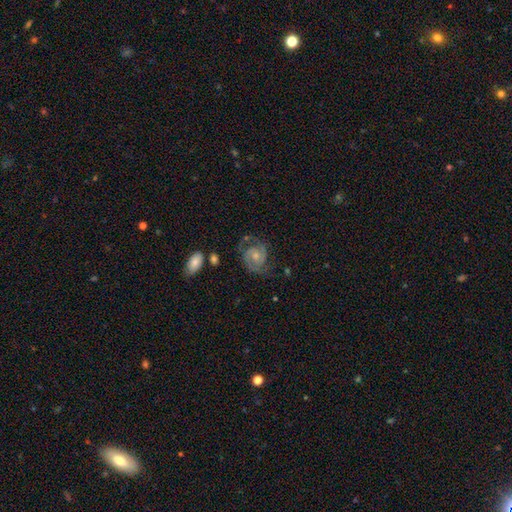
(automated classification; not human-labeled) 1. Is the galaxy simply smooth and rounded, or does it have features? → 85% featured or disk, 8% star or artifact, 7% smooth.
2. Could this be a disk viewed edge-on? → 98% no, 2% yes.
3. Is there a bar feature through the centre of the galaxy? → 60% no, 32% weak, 8% strong.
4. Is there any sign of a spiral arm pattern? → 97% yes, 3% no.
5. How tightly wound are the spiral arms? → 50% tight, 42% medium, 7% loose.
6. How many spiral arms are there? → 85% 2, 5% 3, 5% can't tell, 2% 1, 1% 4, 1% more than 4.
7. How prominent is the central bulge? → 48% small, 43% moderate, 4% none, 3% large, 1% dominant.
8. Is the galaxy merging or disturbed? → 77% none, 15% minor disturbance, 6% major disturbance, 2% merger.